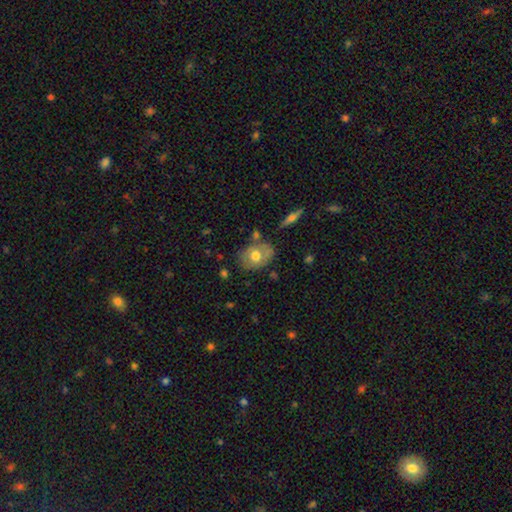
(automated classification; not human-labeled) A smooth galaxy with no disk features (61%) that is in between round and cigar-shaped (61%).

Vote fractions:
- Smooth or featured? smooth: 61% / featured or disk: 32% / star or artifact: 8%
- How rounded? in between: 61% / round: 38% / cigar-shaped: 1%
- Merging? none: 67% / minor disturbance: 20% / merger: 8% / major disturbance: 6%